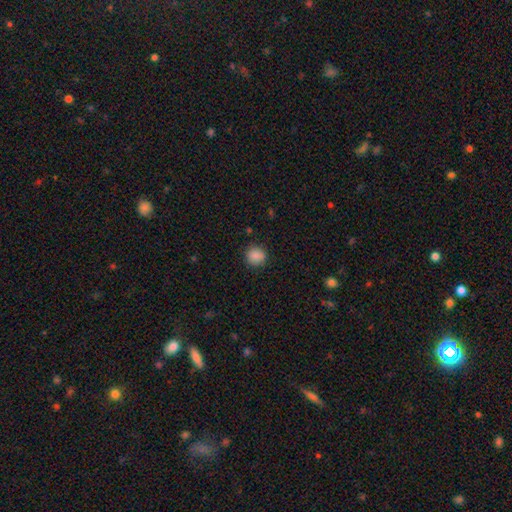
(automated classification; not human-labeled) A smooth galaxy with no disk features (86%) that is round (88%).

Vote fractions:
- Smooth or featured? smooth: 86% / star or artifact: 9% / featured or disk: 4%
- How rounded? round: 88% / in between: 11% / cigar-shaped: 1%
- Merging? none: 86% / minor disturbance: 10% / major disturbance: 2% / merger: 1%